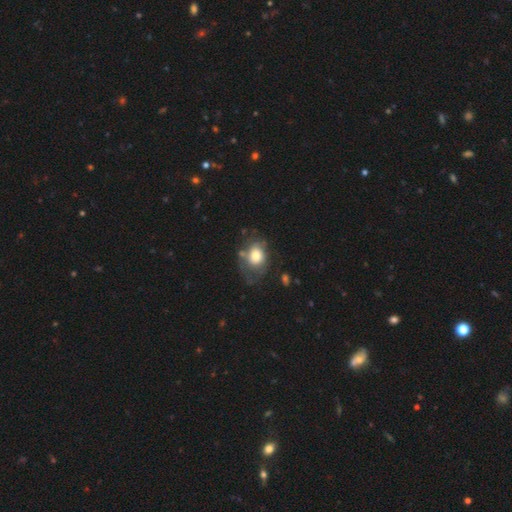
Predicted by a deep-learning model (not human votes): This appears to be a smooth galaxy with no disk features (66%) that is in between round and cigar-shaped (54%). Merging: none (43%).